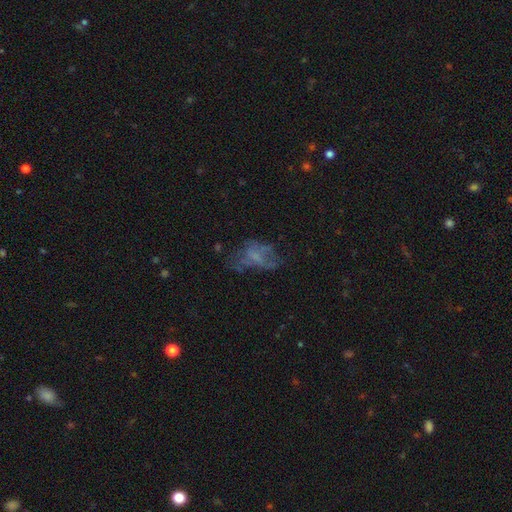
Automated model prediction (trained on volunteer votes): This appears to be a featured or disk galaxy (48%). Merging: none (38%).